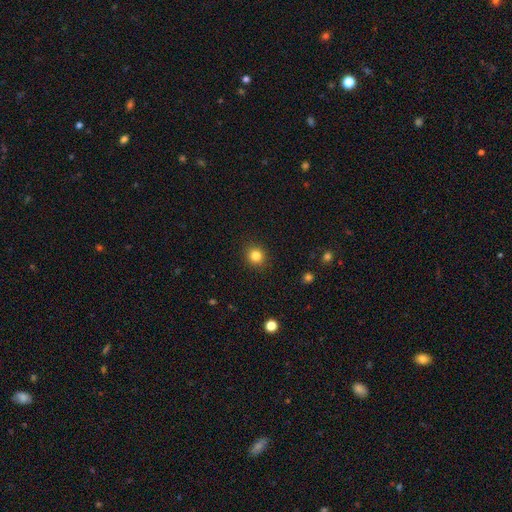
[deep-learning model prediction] Smooth or featured? smooth (83%)
How rounded? round (86%)
Merging? none (91%)